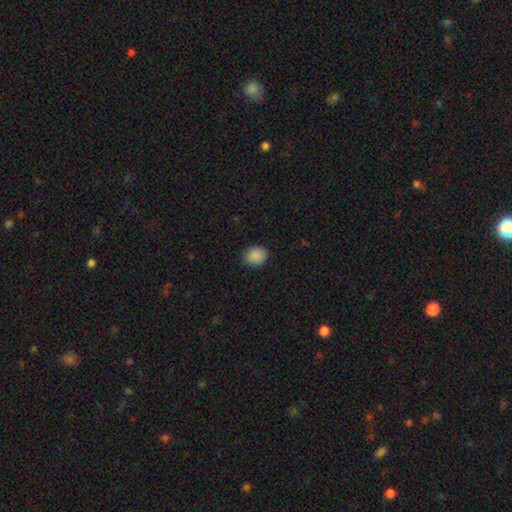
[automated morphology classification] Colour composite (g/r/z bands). It shows a smooth galaxy with no disk features (88%) that is round (67%). Merging: none (89%).